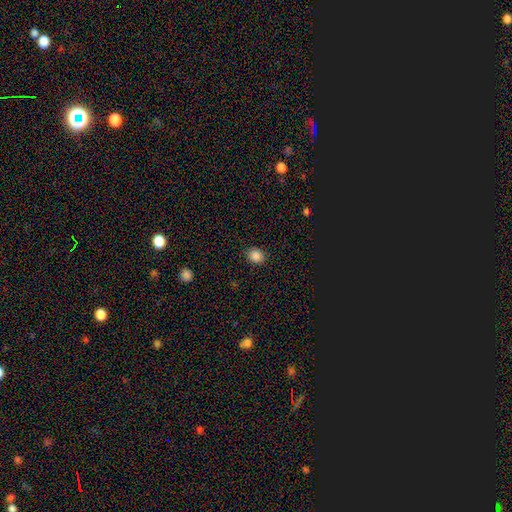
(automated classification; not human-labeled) smooth 86%, star or artifact 11%, featured or disk 4%. Down the decision tree: how rounded — round (64%); merging — none (88%).